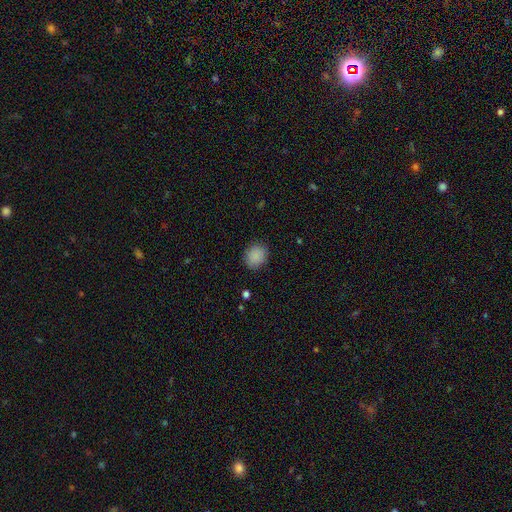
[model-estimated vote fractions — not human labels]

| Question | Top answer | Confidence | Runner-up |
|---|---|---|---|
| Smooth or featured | smooth | 88% | star or artifact (9%) |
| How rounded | round | 66% | in between (33%) |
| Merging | none | 87% | minor disturbance (9%) |